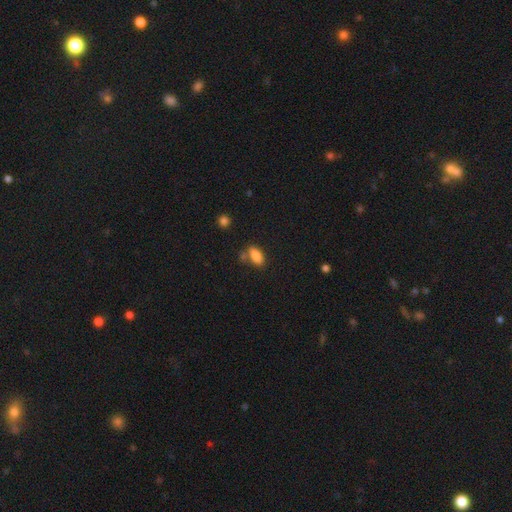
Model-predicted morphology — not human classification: The model was most divided on "merging": none: 65%, minor disturbance: 17%, merger: 13%, major disturbance: 5%. More confident: how rounded — in between (87%); smooth or featured — smooth (85%).